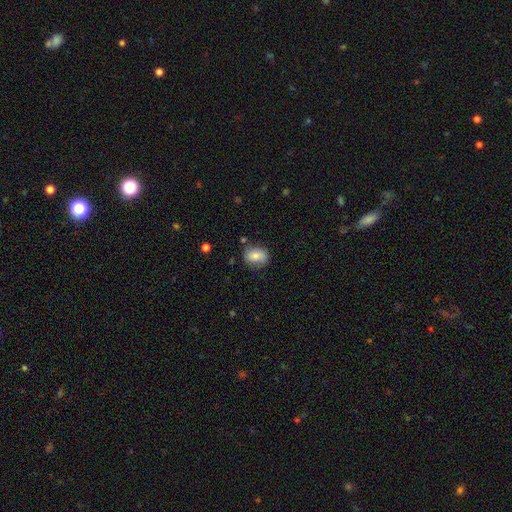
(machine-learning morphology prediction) This appears to be a smooth galaxy with no disk features (75%) that is in between round and cigar-shaped (62%). Merging: none (73%).